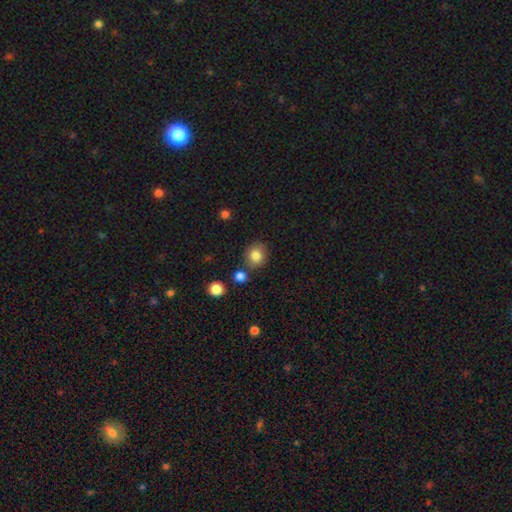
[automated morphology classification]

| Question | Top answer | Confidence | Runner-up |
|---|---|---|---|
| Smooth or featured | smooth | 84% | star or artifact (10%) |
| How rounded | round | 79% | in between (20%) |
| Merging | none | 78% | minor disturbance (11%) |